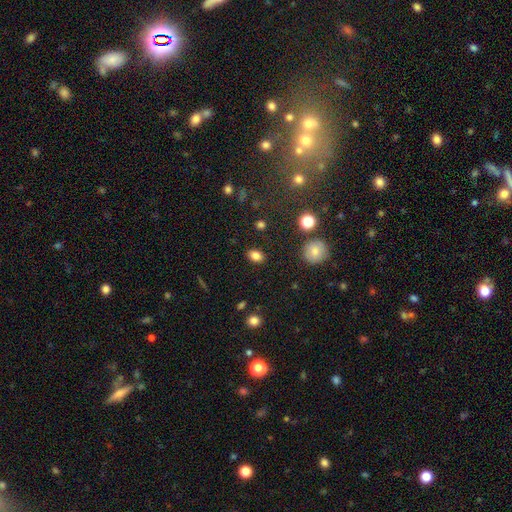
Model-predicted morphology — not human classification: smooth-or-featured: smooth: 83% | star or artifact: 11% | featured or disk: 6%
  how-rounded: in between: 76% | round: 23% | cigar-shaped: 1%
  merging: none: 87% | minor disturbance: 9% | major disturbance: 2% | merger: 2%